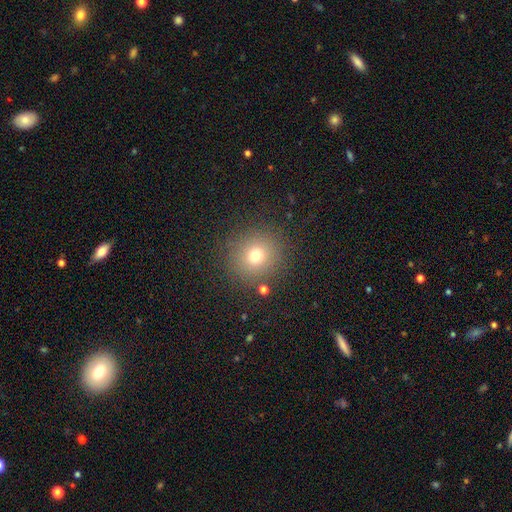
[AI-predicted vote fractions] This appears to be a smooth galaxy with no disk features (72%) that is round (92%). Merging: none (86%).